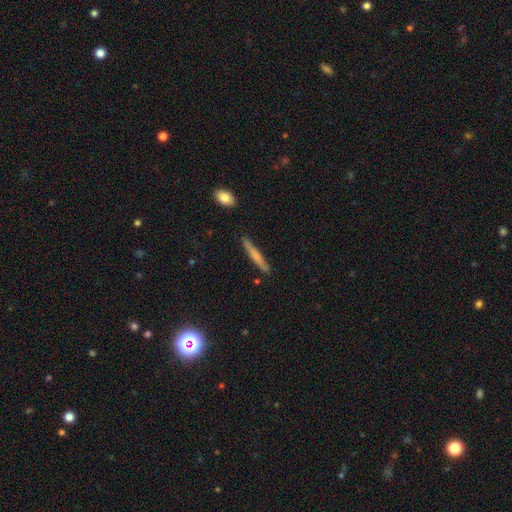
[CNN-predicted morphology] Q: Smooth or featured?
A: smooth (65%); runner-up: featured or disk (28%)
Q: How rounded?
A: cigar-shaped (95%); runner-up: in between (4%)
Q: Merging?
A: none (85%); runner-up: minor disturbance (11%)